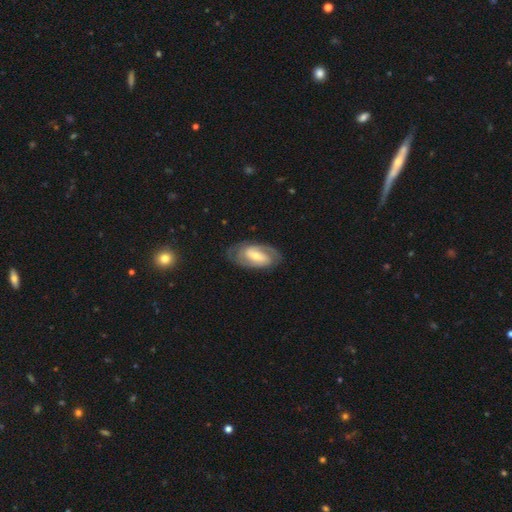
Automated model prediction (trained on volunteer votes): featured or disk 74%, smooth 21%, star or artifact 5%. Down the decision tree: edge-on disk — no (94%); bar — weak (41%); spiral arms — yes (86%); spiral arm count — 2 (73%); spiral winding — tight (46%); bulge size — small (52%); merging — none (76%).